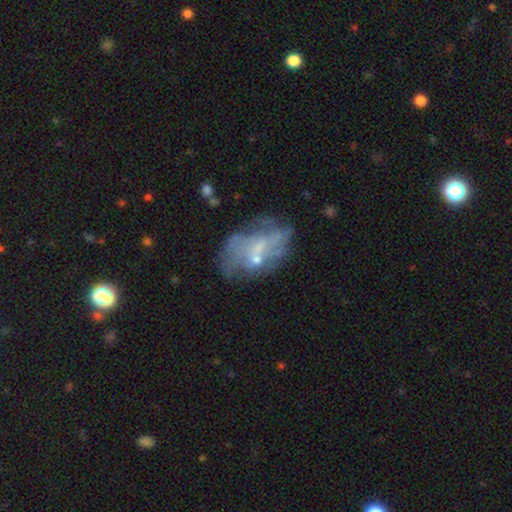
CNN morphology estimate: Smooth or featured: featured or disk — 63% (smooth — 25%)
Edge-on disk: no — 96% (yes — 4%)
Bar: no — 63% (weak — 30%)
Spiral arms: no — 56% (yes — 44%)
Bulge size: small — 56% (none — 23%)
Merging: none — 47% (minor disturbance — 22%)